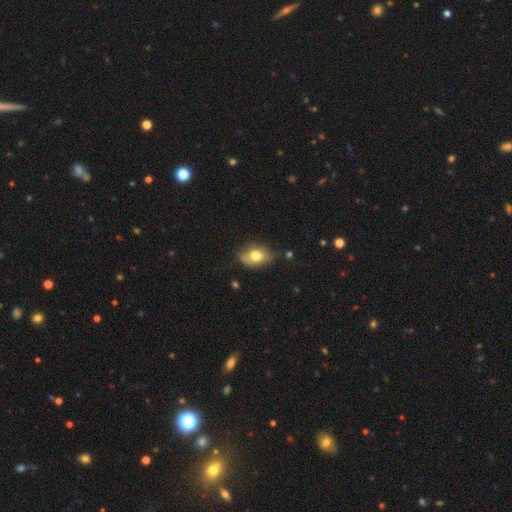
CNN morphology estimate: A smooth galaxy with no disk features (70%) that is in between round and cigar-shaped (80%).

Vote fractions:
- Smooth or featured? smooth: 70% / featured or disk: 21% / star or artifact: 9%
- How rounded? in between: 80% / round: 18% / cigar-shaped: 2%
- Merging? none: 64% / minor disturbance: 27% / major disturbance: 6% / merger: 3%